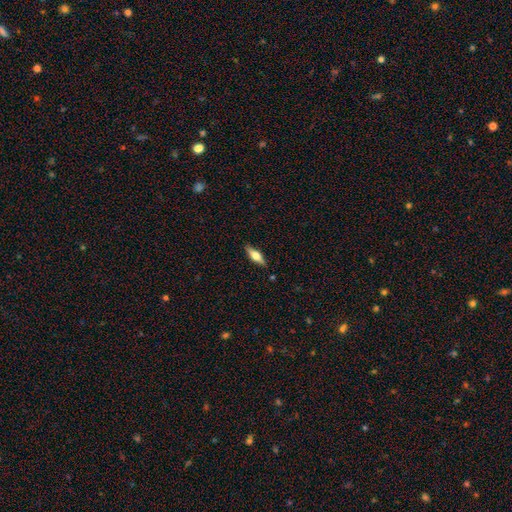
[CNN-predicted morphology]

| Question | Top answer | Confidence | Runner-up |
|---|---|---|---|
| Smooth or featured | featured or disk | 52% | smooth (42%) |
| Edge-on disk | yes | 93% | no (7%) |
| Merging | none | 87% | minor disturbance (10%) |